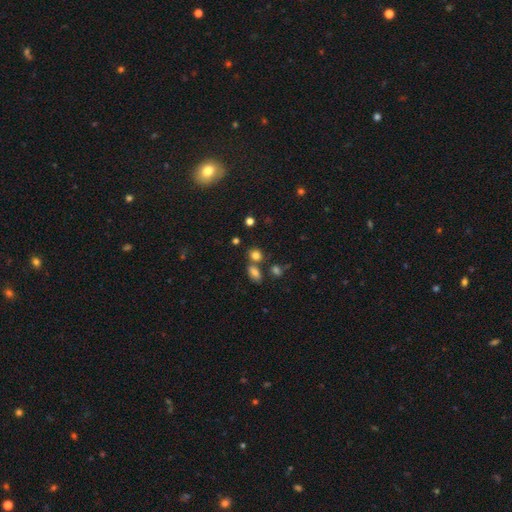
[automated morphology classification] smooth 78%, star or artifact 15%, featured or disk 7%. Down the decision tree: how rounded — round (59%); merging — none (61%).